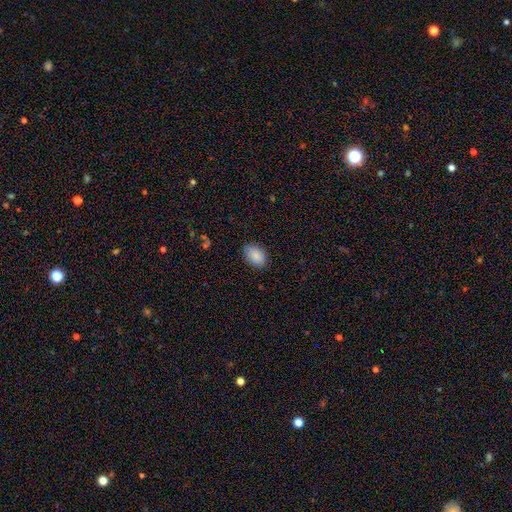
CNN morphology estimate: Smooth or featured? Predicted: smooth (p=0.88). How rounded? Predicted: in between (p=0.82). Merging? Predicted: none (p=0.85).